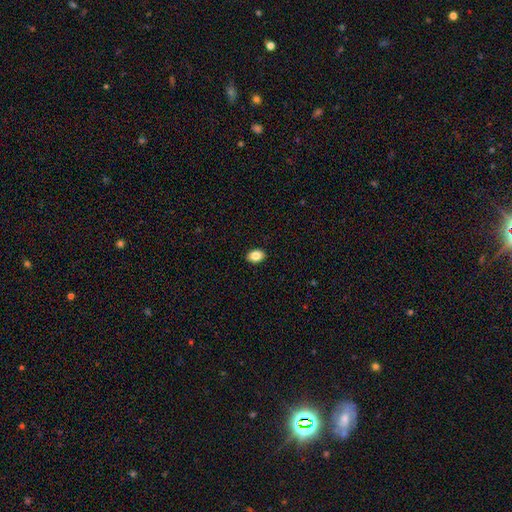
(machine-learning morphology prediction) A smooth galaxy with no disk features (86%) that is in between round and cigar-shaped (75%).

Vote fractions:
- Smooth or featured? smooth: 86% / star or artifact: 8% / featured or disk: 6%
- How rounded? in between: 75% / round: 24% / cigar-shaped: 1%
- Merging? none: 91% / minor disturbance: 6% / major disturbance: 2% / merger: 1%